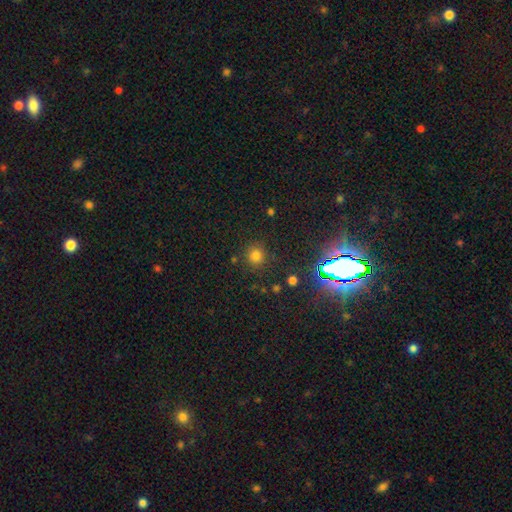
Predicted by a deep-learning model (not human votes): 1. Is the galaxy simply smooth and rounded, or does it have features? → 74% smooth, 21% star or artifact, 6% featured or disk.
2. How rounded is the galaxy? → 91% round, 8% in between, 1% cigar-shaped.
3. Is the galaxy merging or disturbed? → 84% none, 9% minor disturbance, 4% major disturbance, 3% merger.